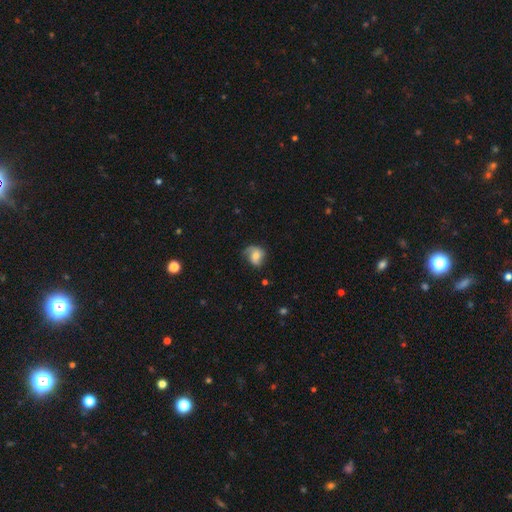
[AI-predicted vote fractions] A featured or disk galaxy (48%).

Vote fractions:
- Smooth or featured? featured or disk: 48% / smooth: 44% / star or artifact: 8%
- Merging? none: 52% / minor disturbance: 30% / major disturbance: 16% / merger: 2%